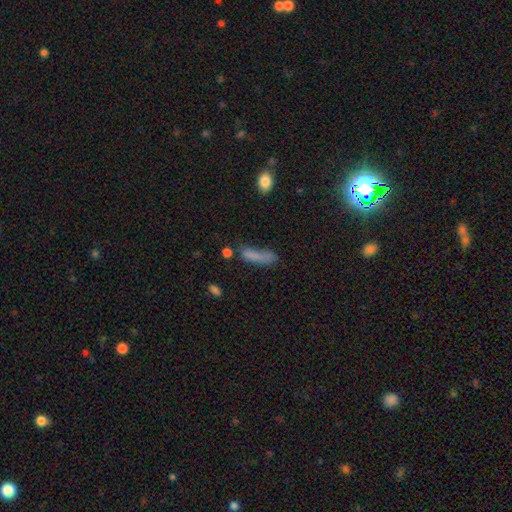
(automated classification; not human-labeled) This appears to be a smooth galaxy with no disk features (75%) that is cigar-shaped (62%). Merging: none (45%).